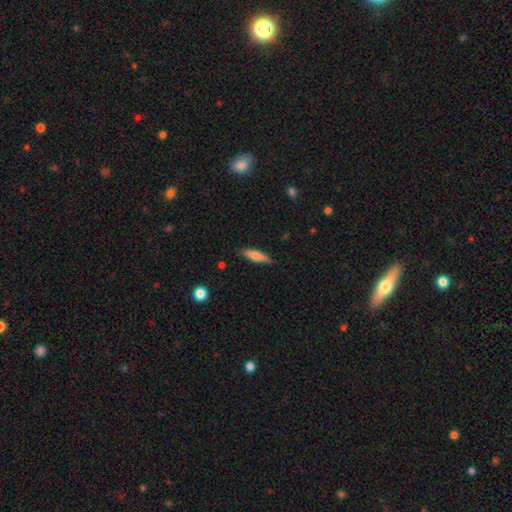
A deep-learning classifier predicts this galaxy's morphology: type=smooth (69%); roundness=cigar-shaped (72%); merging=none (87%).